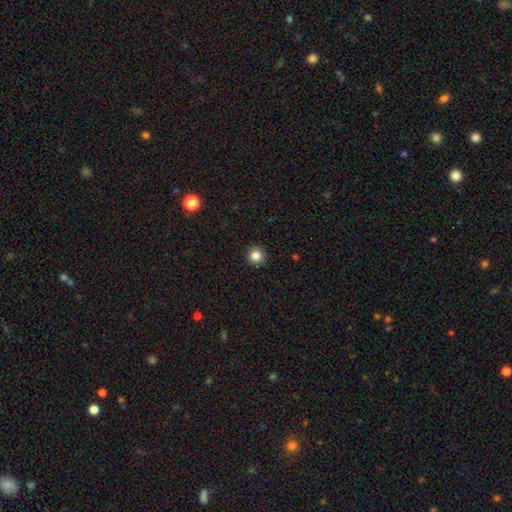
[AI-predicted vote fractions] Smooth or featured? Predicted: smooth (p=0.85). How rounded? Predicted: round (p=0.95). Merging? Predicted: none (p=0.91).